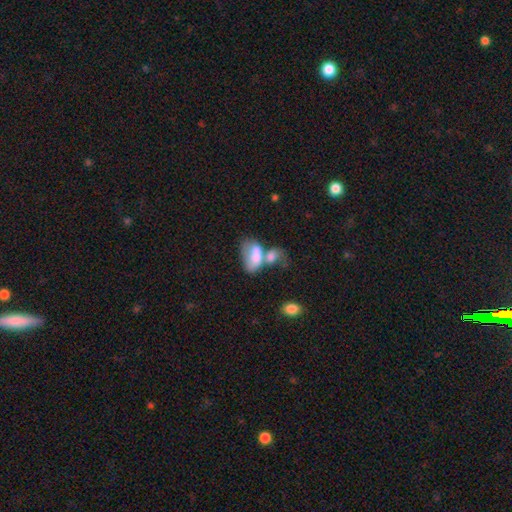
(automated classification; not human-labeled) Q: Smooth or featured?
A: smooth (68%); runner-up: featured or disk (24%)
Q: How rounded?
A: in between (91%); runner-up: round (6%)
Q: Merging?
A: merger (64%); runner-up: major disturbance (14%)